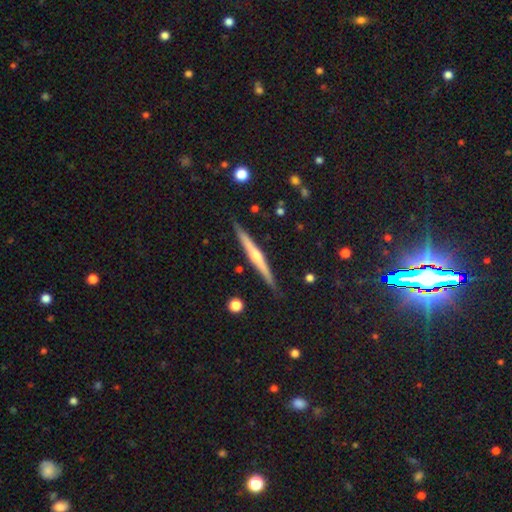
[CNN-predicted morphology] A featured or disk galaxy (71%) viewed edge-on (98%) with a rounded central bulge (78%). Merging: none (88%).